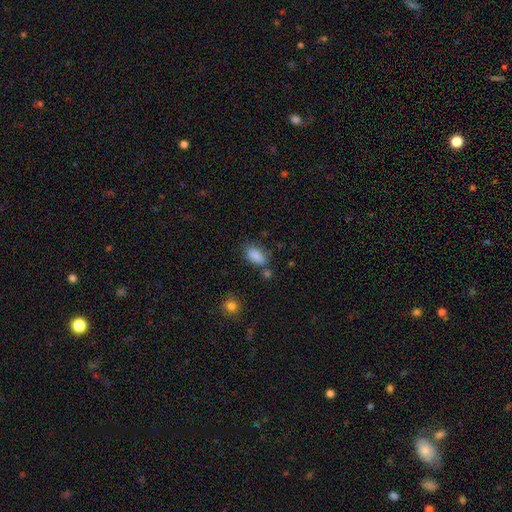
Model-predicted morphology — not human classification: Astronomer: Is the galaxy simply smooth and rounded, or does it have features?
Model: smooth — 87%.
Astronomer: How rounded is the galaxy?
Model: in between — 89%.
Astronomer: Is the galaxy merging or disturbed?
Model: none — 69%.